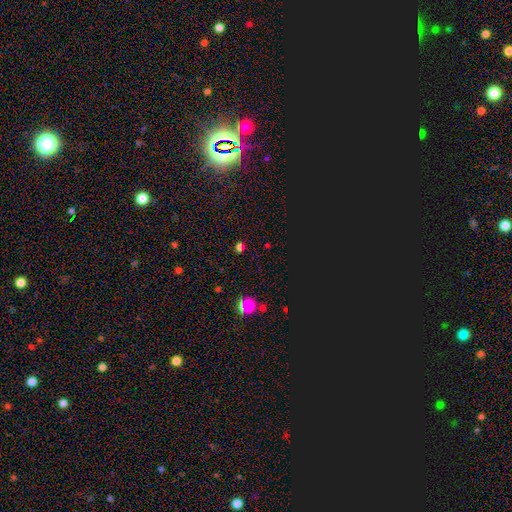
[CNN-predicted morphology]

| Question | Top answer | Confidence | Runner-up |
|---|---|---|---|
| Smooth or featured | star or artifact | 51% | smooth (43%) |